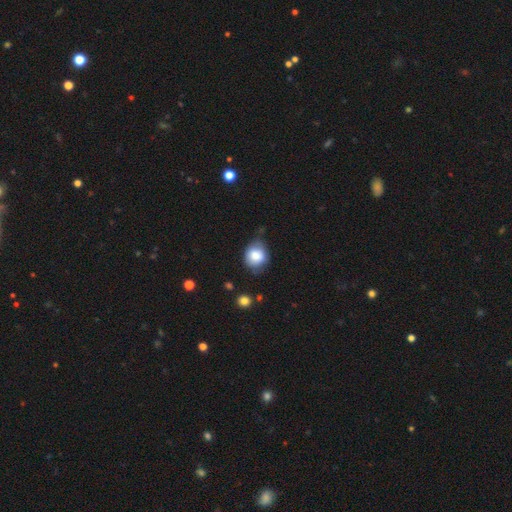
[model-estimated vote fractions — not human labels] Morphology: type=smooth (82%); roundness=round (69%); merging=none (58%).